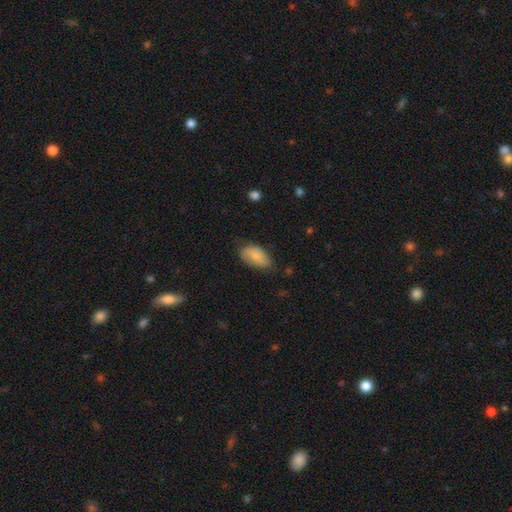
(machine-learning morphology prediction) A smooth galaxy with no disk features (81%) that is in between round and cigar-shaped (94%). Merging: none (63%).